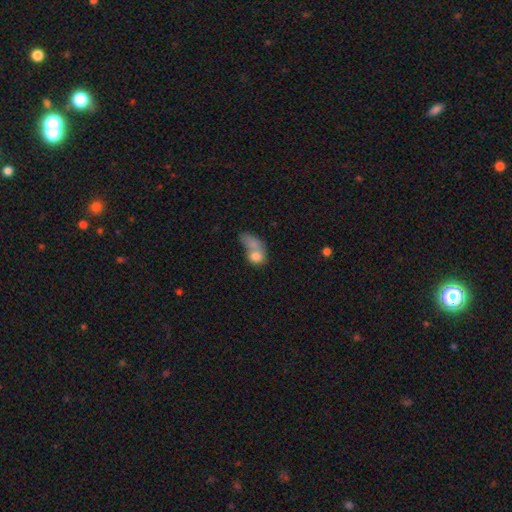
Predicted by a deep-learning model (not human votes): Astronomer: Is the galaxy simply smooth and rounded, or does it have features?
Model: smooth — 70%.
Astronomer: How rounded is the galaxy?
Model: in between — 54% (runner-up: round, 42%).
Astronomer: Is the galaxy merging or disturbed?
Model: merger — 54%.